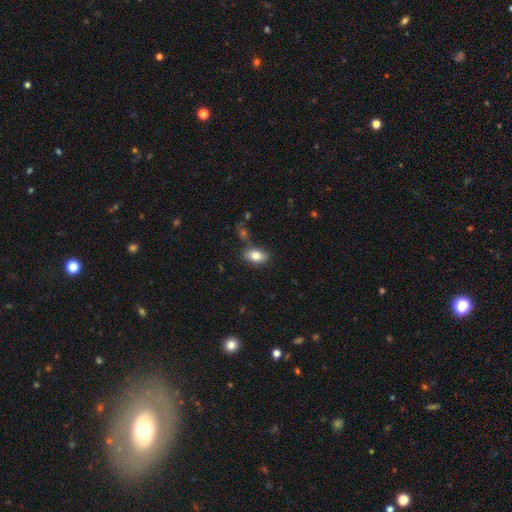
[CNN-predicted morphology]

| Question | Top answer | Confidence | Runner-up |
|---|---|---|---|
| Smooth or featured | smooth | 81% | featured or disk (11%) |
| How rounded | in between | 88% | round (10%) |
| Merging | none | 76% | minor disturbance (13%) |